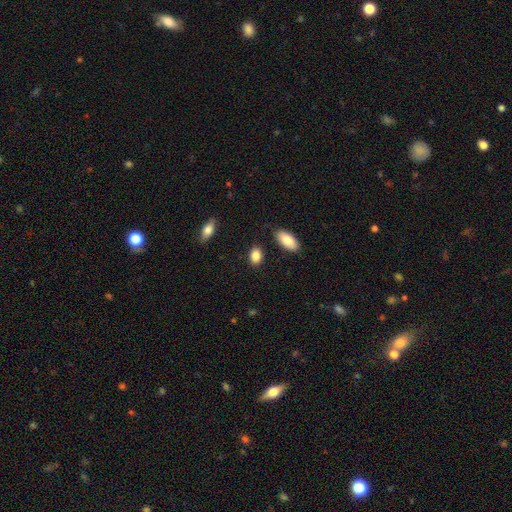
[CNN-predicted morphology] Smooth or featured: smooth — 86% (star or artifact — 8%)
How rounded: in between — 83% (round — 14%)
Merging: none — 84% (minor disturbance — 10%)